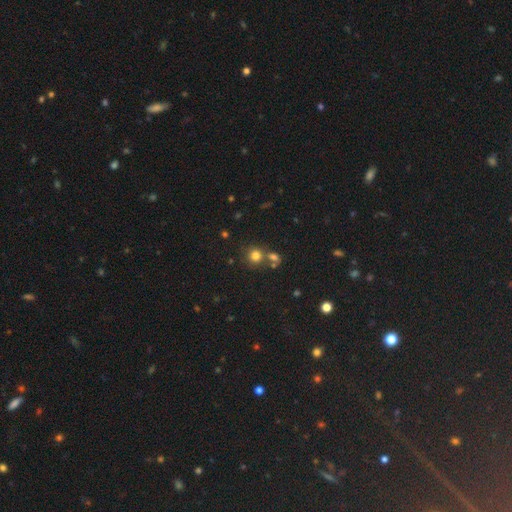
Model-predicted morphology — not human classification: Smooth or featured: smooth — 77% (star or artifact — 15%)
How rounded: round — 87% (in between — 12%)
Merging: none — 60% (merger — 27%)